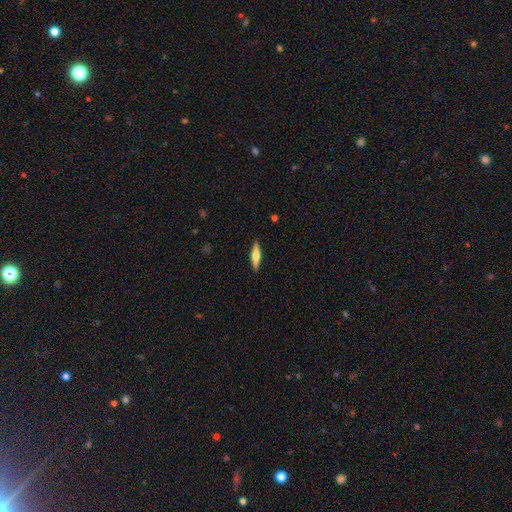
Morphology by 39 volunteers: Volunteers were most divided on "smooth or featured": featured or disk: 54%, smooth: 38%, star or artifact: 8%. More confident: merging — none (97%); edge-on disk — yes (95%); edge-on bulge — rounded (80%).